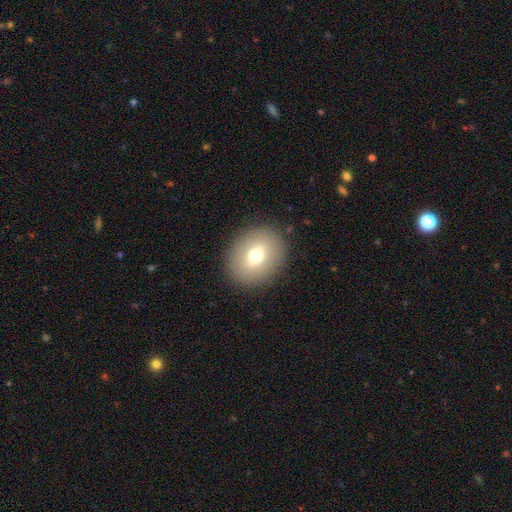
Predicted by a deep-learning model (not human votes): This is likely a smooth galaxy (68%). How rounded: likely round (62%). Merging: clearly none (89%).